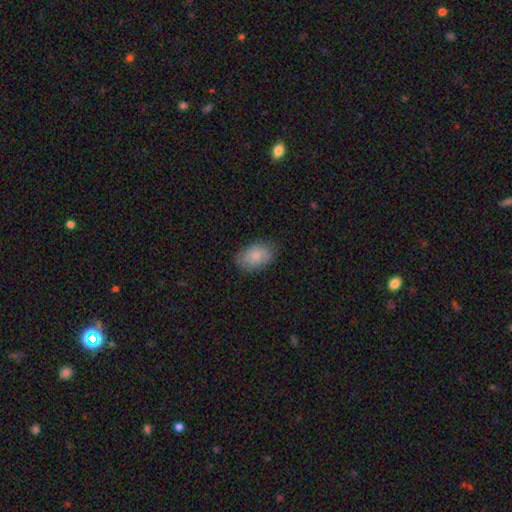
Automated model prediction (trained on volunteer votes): Smooth or featured?
  - smooth: 82% *
  - featured or disk: 11%
  - star or artifact: 7%
How rounded?
  - in between: 85% *
  - round: 14%
  - cigar-shaped: 1%
Merging?
  - none: 79% *
  - minor disturbance: 17%
  - major disturbance: 4%
  - merger: 1%